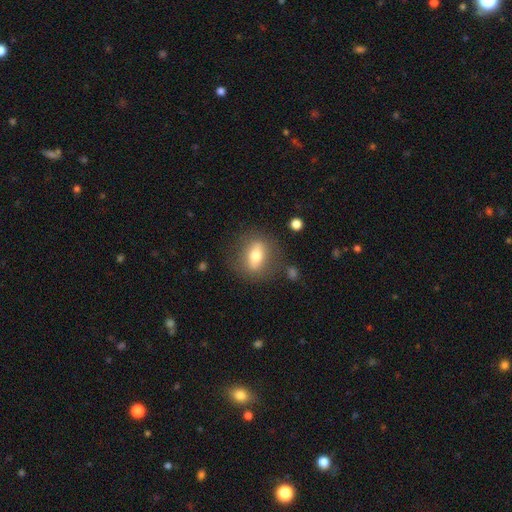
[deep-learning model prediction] The model was most divided on "smooth or featured": smooth: 57%, featured or disk: 35%, star or artifact: 8%. More confident: merging — none (80%); how rounded — in between (62%).